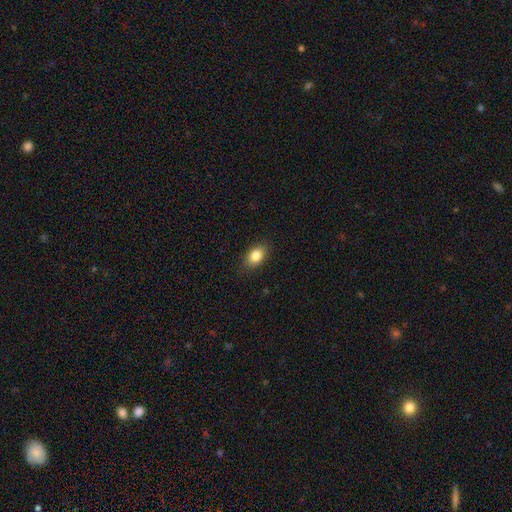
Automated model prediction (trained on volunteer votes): This is clearly a smooth galaxy (85%). How rounded: clearly in between (81%). Merging: clearly none (85%).